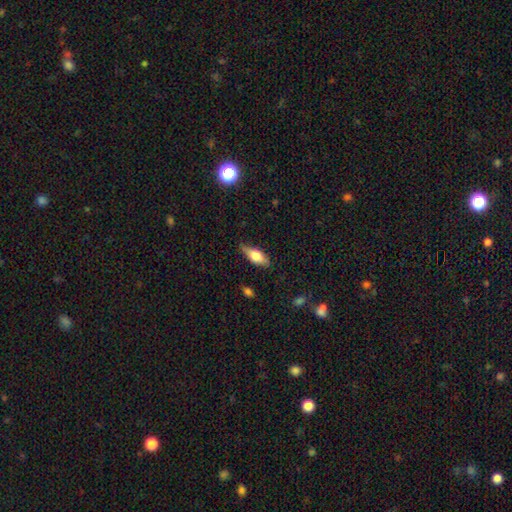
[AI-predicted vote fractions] Smooth or featured: smooth — 60% (featured or disk — 33%)
How rounded: in between — 72% (cigar-shaped — 25%)
Merging: none — 77% (minor disturbance — 18%)